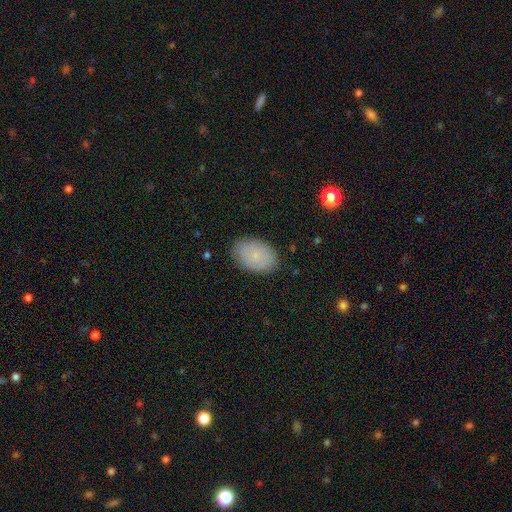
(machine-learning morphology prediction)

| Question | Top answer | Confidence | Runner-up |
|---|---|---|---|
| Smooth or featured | smooth | 72% | featured or disk (20%) |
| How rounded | in between | 86% | round (12%) |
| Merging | none | 85% | minor disturbance (11%) |